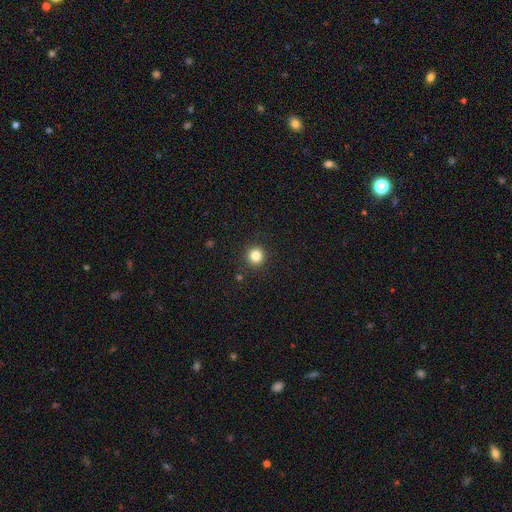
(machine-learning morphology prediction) Smooth or featured? Predicted: smooth (p=0.83). How rounded? Predicted: round (p=0.94). Merging? Predicted: none (p=0.92).